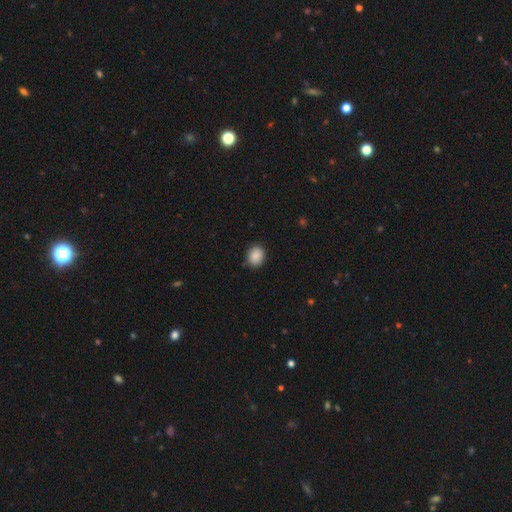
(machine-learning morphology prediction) Q: Smooth or featured?
A: smooth (89%); runner-up: star or artifact (8%)
Q: How rounded?
A: round (61%); runner-up: in between (38%)
Q: Merging?
A: none (85%); runner-up: minor disturbance (11%)